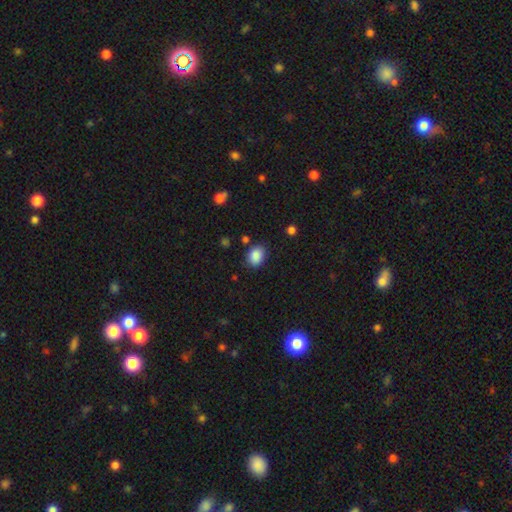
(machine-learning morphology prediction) Smooth or featured? smooth (87%)
How rounded? in between (62%)
Merging? none (81%)